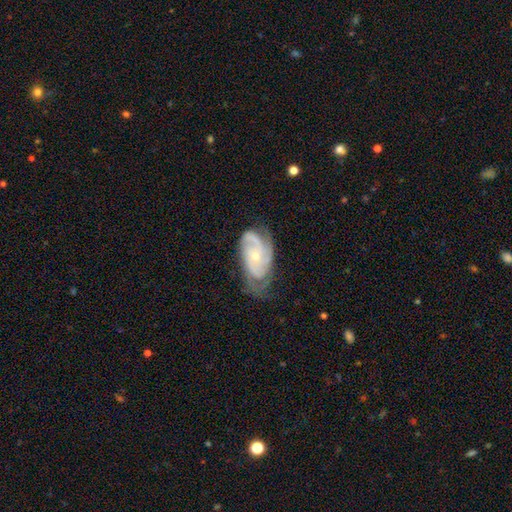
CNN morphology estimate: Smooth or featured? featured or disk (85%)
Edge-on disk? no (96%)
Bar? no (73%)
Spiral arms? yes (96%)
Spiral winding? tight (54%)
Spiral arm count? 2 (41%)
Bulge size? small (67%)
Merging? none (58%)